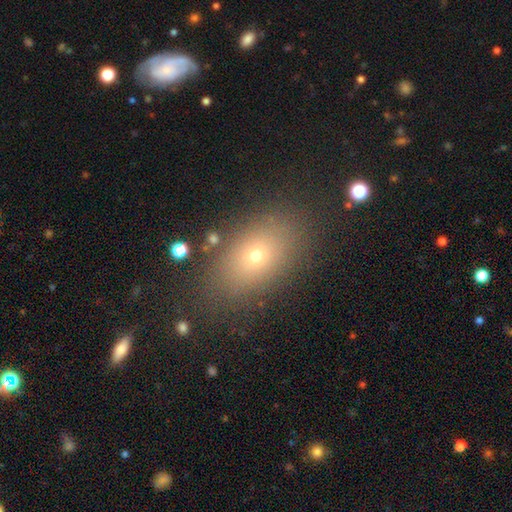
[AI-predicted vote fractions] Smooth or featured?
  - smooth: 66% *
  - star or artifact: 18%
  - featured or disk: 16%
How rounded?
  - in between: 78% *
  - round: 20%
  - cigar-shaped: 3%
Merging?
  - none: 84% *
  - minor disturbance: 10%
  - major disturbance: 4%
  - merger: 2%